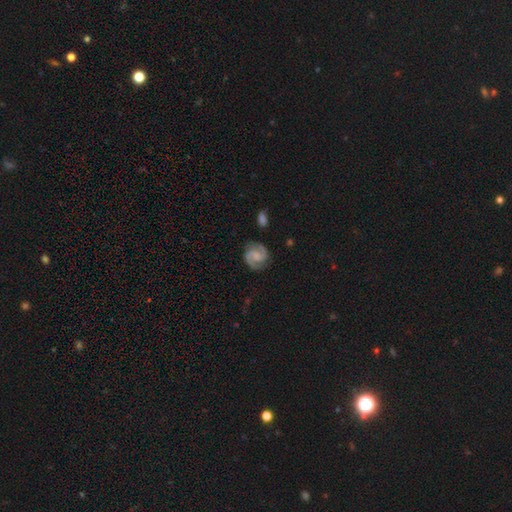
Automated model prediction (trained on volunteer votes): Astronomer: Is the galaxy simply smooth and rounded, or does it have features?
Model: featured or disk — 87%.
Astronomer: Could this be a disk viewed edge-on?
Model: no — 98%.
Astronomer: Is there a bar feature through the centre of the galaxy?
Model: no — 44% (runner-up: weak, 43%).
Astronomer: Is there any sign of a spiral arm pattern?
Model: yes — 98%.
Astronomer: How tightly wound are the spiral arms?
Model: medium — 53% (runner-up: tight, 35%).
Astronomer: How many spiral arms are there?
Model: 2 — 93%.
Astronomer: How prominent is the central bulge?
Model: none — 45% (runner-up: small, 25%).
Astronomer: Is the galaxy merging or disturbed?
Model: none — 82%.